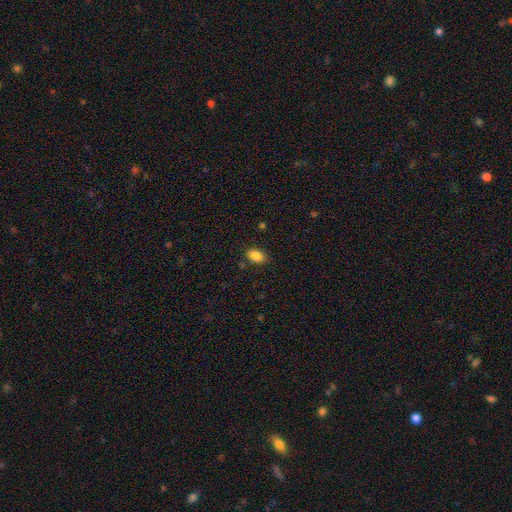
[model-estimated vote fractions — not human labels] Smooth or featured? smooth (86%)
How rounded? in between (86%)
Merging? none (84%)